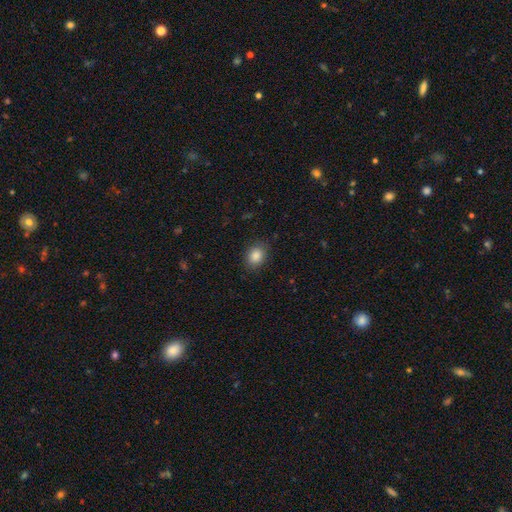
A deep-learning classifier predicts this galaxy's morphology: type=smooth (87%); roundness=in between (59%); merging=none (85%).